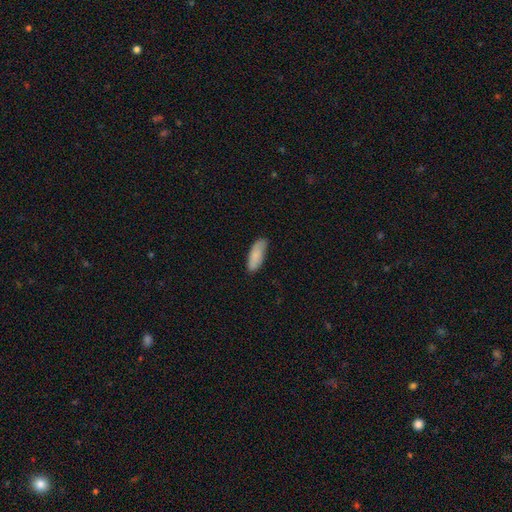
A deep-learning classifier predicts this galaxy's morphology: type=smooth (85%); roundness=in between (70%); merging=none (77%).